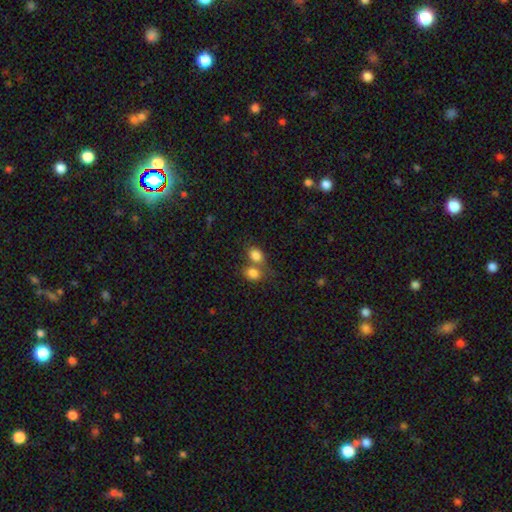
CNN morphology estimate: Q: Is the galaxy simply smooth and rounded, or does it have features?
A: smooth — 82%.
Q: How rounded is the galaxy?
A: in between — 59%.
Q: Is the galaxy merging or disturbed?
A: merger — 51%.